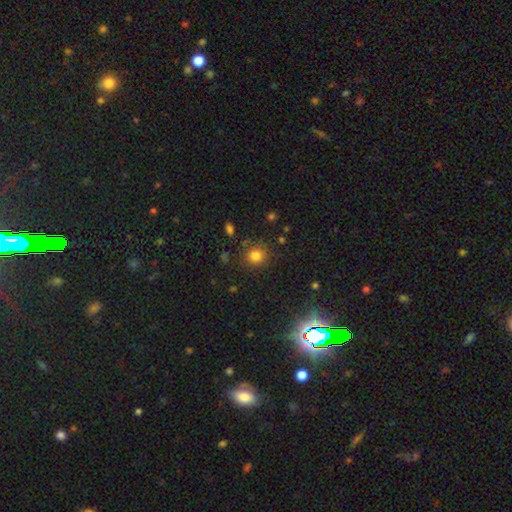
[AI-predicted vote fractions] smooth_or_featured: smooth (p=0.80) [alt: star or artifact p=0.14]
how_rounded: round (p=0.86) [alt: in between p=0.13]
merging: none (p=0.84) [alt: minor disturbance p=0.09]